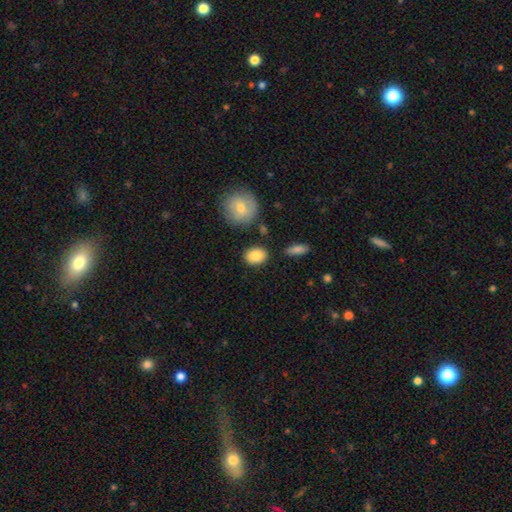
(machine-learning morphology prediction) Overall: smooth (85%). How rounded: in between (61%; round 38%). Merging: none (82%).